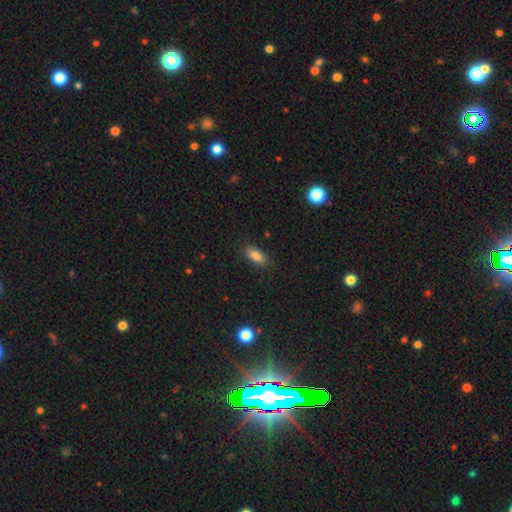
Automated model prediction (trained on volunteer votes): smooth 85%, star or artifact 9%, featured or disk 7%. Down the decision tree: how rounded — in between (81%); merging — none (86%).